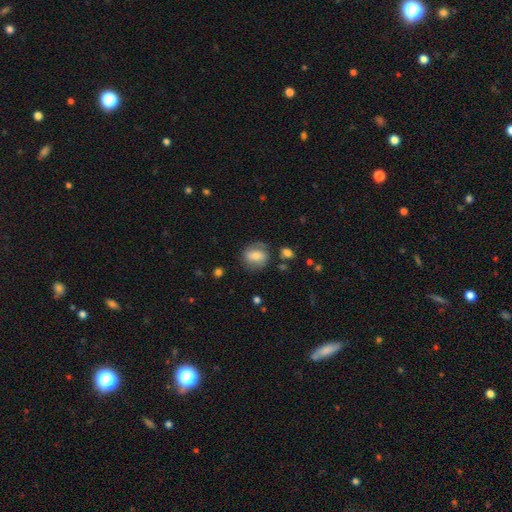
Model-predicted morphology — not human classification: Smooth or featured? Predicted: smooth (p=0.61). How rounded? Predicted: round (p=0.65). Merging? Predicted: none (p=0.71).